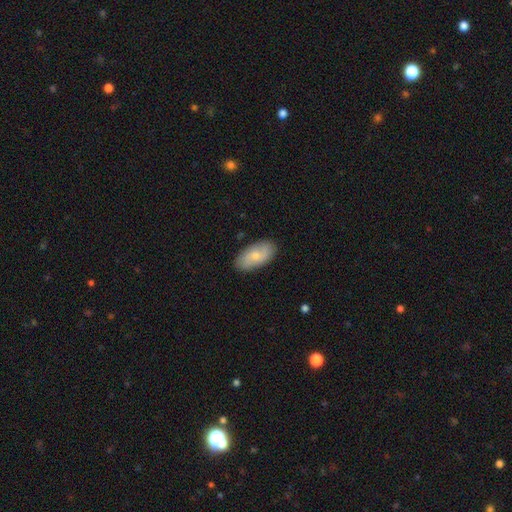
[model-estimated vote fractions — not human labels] This is possibly a smooth galaxy (59%). How rounded: clearly in between (92%). Merging: clearly none (85%).